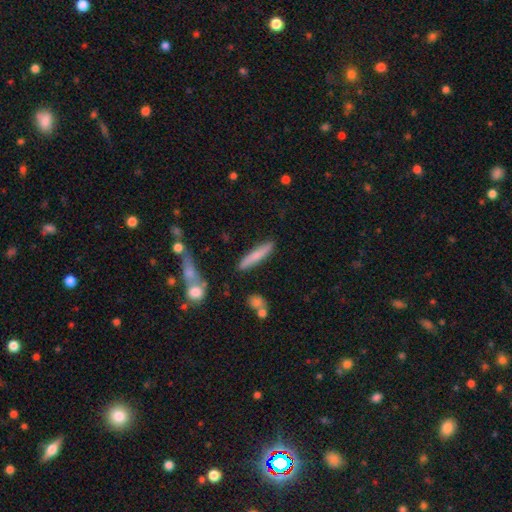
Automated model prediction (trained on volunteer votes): Smooth or featured? smooth (71%)
How rounded? cigar-shaped (89%)
Merging? none (85%)